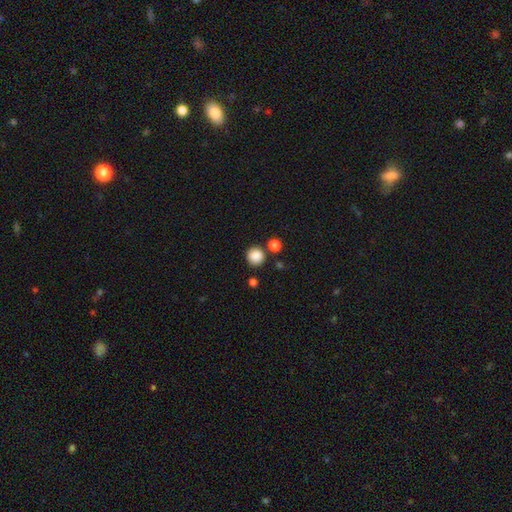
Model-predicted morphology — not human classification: Overall: smooth (87%). How rounded: round (92%). Merging: none (81%).